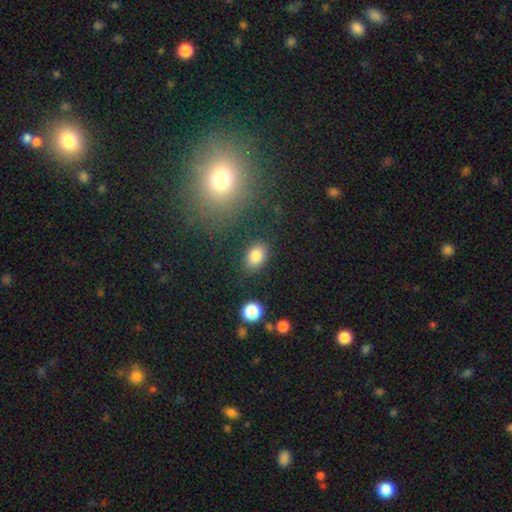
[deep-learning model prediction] smooth-or-featured: smooth: 84% | star or artifact: 9% | featured or disk: 6%
  how-rounded: in between: 81% | round: 17% | cigar-shaped: 1%
  merging: none: 81% | minor disturbance: 12% | major disturbance: 3% | merger: 3%